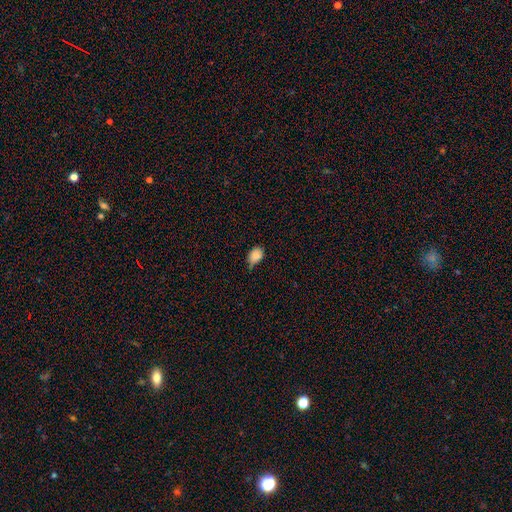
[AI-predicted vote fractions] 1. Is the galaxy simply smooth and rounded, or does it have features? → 83% smooth, 10% star or artifact, 7% featured or disk.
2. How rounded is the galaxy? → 68% in between, 30% round, 1% cigar-shaped.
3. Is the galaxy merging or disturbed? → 46% minor disturbance, 40% none, 10% major disturbance, 4% merger.